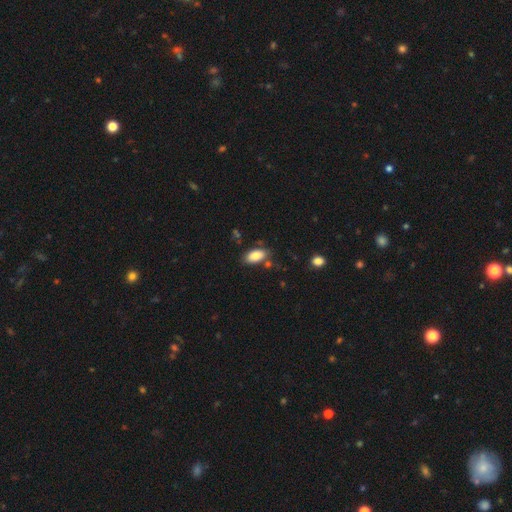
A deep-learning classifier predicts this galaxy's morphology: A smooth galaxy with no disk features (86%) that is in between round and cigar-shaped (92%). Merging: none (75%).